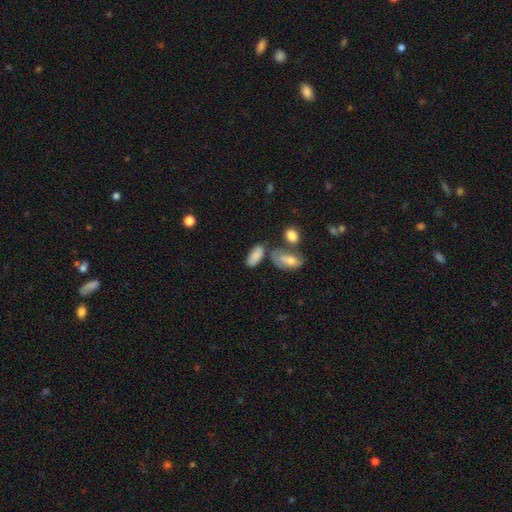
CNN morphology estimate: type=smooth (80%); roundness=in between (88%); merging=none (47%).